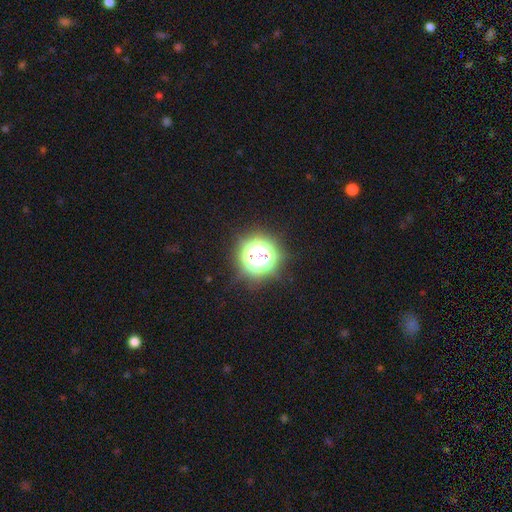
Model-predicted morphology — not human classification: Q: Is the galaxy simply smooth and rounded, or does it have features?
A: star or artifact — 52%.